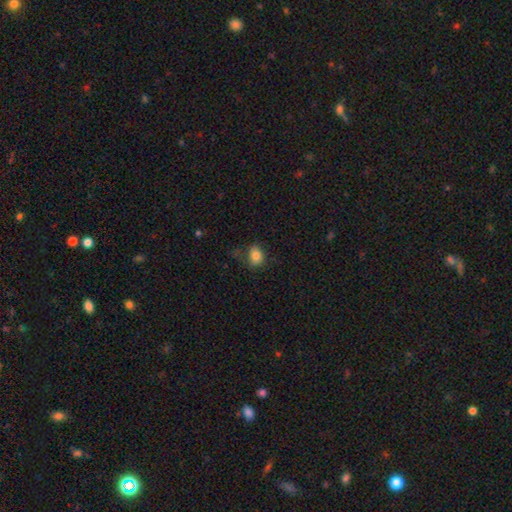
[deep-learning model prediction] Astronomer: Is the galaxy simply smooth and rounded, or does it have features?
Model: smooth — 82%.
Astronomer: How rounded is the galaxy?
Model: in between — 65%.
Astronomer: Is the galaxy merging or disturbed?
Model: none — 70%.